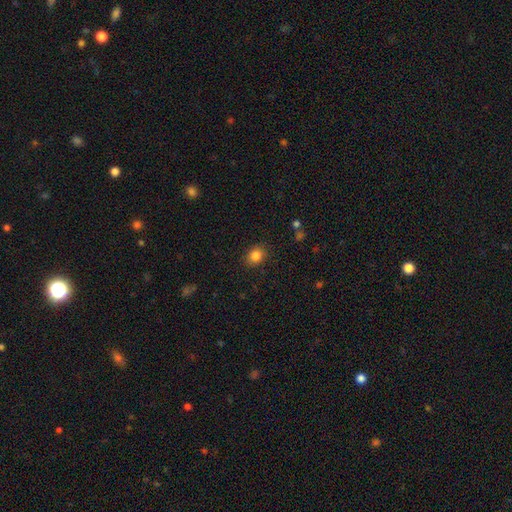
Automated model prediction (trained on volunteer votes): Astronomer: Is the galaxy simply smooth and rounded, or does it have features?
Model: smooth — 84%.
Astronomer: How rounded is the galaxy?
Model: round — 54% (runner-up: in between, 45%).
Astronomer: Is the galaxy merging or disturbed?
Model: none — 87%.